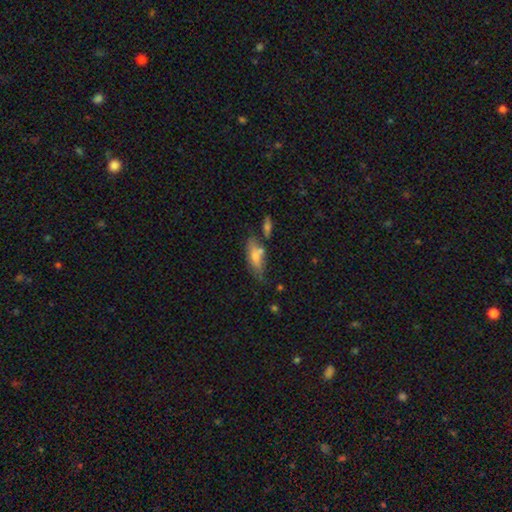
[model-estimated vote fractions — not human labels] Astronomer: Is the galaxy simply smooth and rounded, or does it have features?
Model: smooth — 56% (runner-up: featured or disk, 36%).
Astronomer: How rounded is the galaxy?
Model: in between — 60% (runner-up: cigar-shaped, 37%).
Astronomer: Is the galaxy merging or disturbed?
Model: none — 55%.